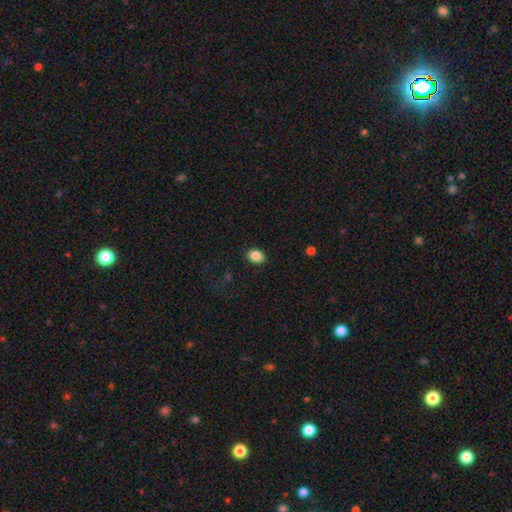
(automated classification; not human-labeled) This appears to be a smooth galaxy with no disk features (87%) that is in between round and cigar-shaped (62%). Merging: none (87%).